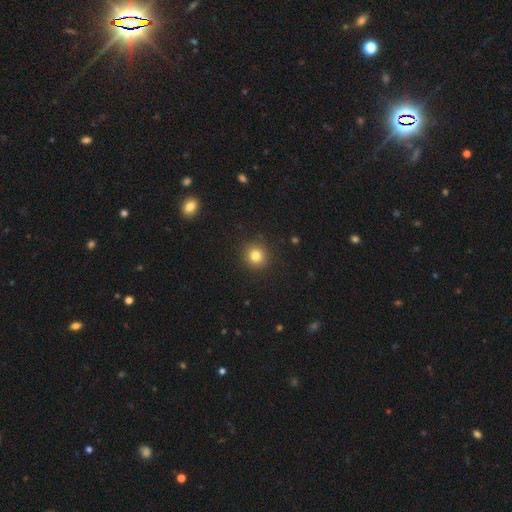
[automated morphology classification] A smooth galaxy with no disk features (81%) that is round (92%).

Vote fractions:
- Smooth or featured? smooth: 81% / star or artifact: 12% / featured or disk: 7%
- How rounded? round: 92% / in between: 7% / cigar-shaped: 1%
- Merging? none: 91% / minor disturbance: 6% / major disturbance: 2% / merger: 1%